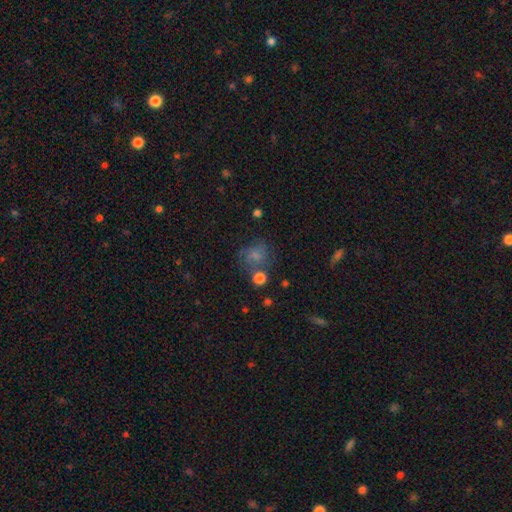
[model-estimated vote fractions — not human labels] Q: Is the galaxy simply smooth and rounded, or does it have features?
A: smooth — 58%.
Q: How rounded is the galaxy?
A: round — 72%.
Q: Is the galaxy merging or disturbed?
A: none — 50%.